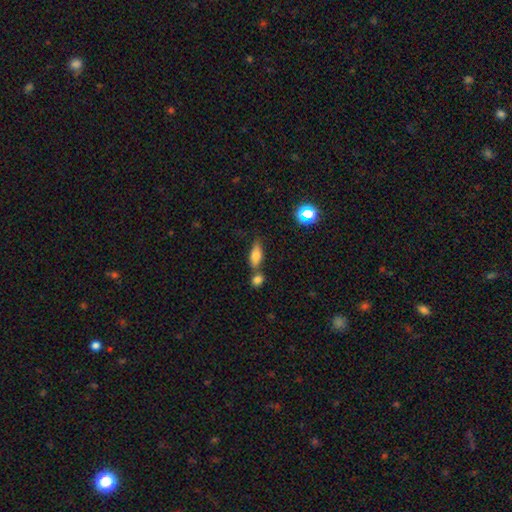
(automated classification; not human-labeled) This is likely a smooth galaxy (70%). How rounded: likely in between (68%). Merging: possibly none (49%).